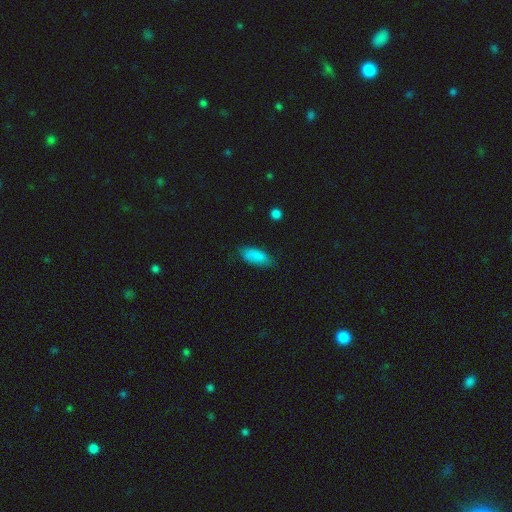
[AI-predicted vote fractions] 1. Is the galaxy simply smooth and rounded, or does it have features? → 86% smooth, 8% star or artifact, 6% featured or disk.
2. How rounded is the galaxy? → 80% in between, 18% cigar-shaped, 2% round.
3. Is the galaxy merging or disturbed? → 76% none, 18% minor disturbance, 4% major disturbance, 1% merger.